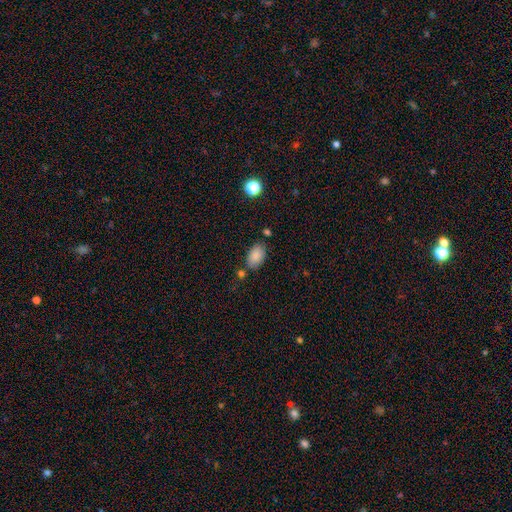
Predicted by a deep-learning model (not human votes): A smooth galaxy with no disk features (86%) that is in between round and cigar-shaped (92%).

Vote fractions:
- Smooth or featured? smooth: 86% / star or artifact: 8% / featured or disk: 6%
- How rounded? in between: 92% / round: 7% / cigar-shaped: 1%
- Merging? none: 74% / minor disturbance: 15% / merger: 7% / major disturbance: 4%